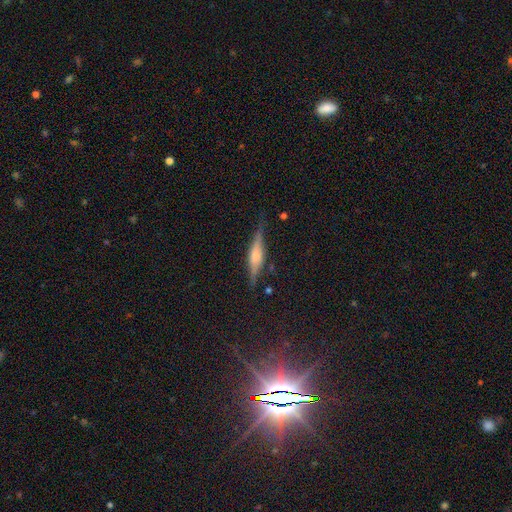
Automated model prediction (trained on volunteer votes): Overall: featured or disk (67%). Edge-on disk: yes (96%). Edge-on bulge: rounded (59%; boxy 33%). Merging: none (81%).